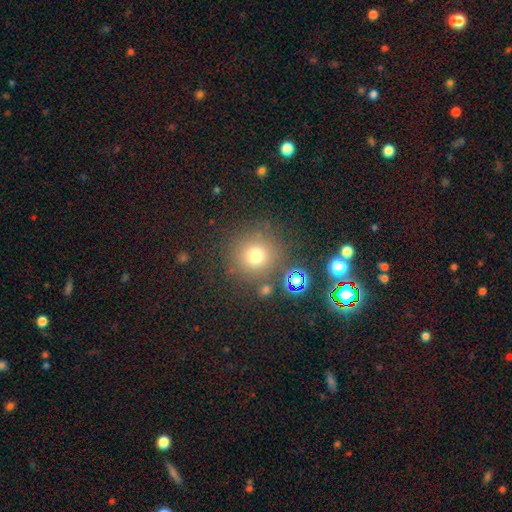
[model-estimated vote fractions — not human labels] The model was most divided on "smooth or featured": smooth: 73%, star or artifact: 19%, featured or disk: 9%. More confident: how rounded — round (93%); merging — none (80%).